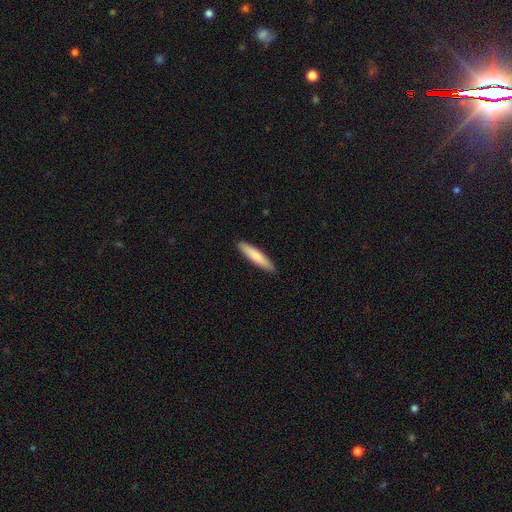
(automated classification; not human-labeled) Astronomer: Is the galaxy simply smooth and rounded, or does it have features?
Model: smooth — 78%.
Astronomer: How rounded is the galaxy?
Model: cigar-shaped — 87%.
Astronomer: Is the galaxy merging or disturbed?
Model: none — 91%.